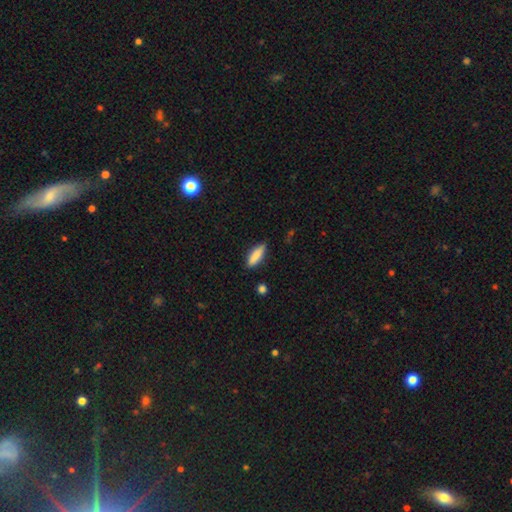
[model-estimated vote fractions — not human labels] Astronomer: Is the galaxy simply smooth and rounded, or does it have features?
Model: smooth — 84%.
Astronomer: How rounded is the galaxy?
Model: cigar-shaped — 50% (runner-up: in between, 48%).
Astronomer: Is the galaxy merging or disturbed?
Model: none — 80%.